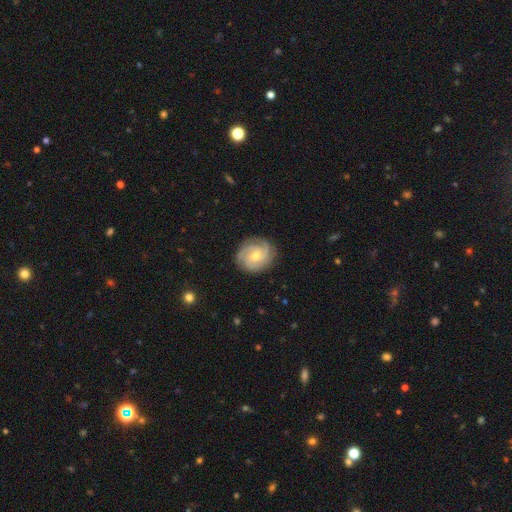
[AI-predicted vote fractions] Smooth or featured? Predicted: featured or disk (p=0.84). Edge-on disk? Predicted: no (p=0.98). Bar? Predicted: no (p=0.63). Spiral arms? Predicted: yes (p=0.97). Spiral winding? Predicted: tight (p=0.70). Spiral arm count? Predicted: 3 (p=0.45). Bulge size? Predicted: moderate (p=0.56). Merging? Predicted: none (p=0.83).